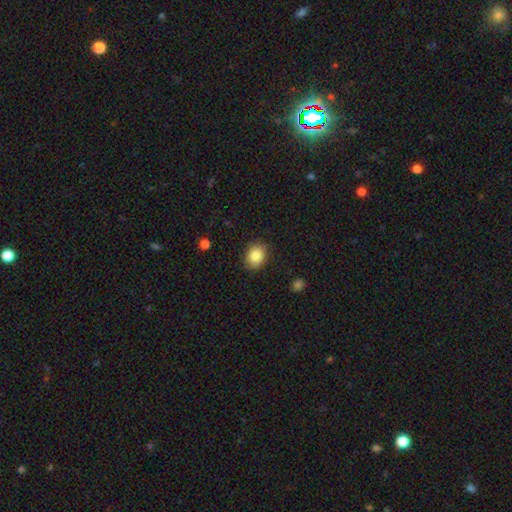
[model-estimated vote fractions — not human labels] A smooth galaxy with no disk features (86%) that is round (56%). Merging: none (86%).